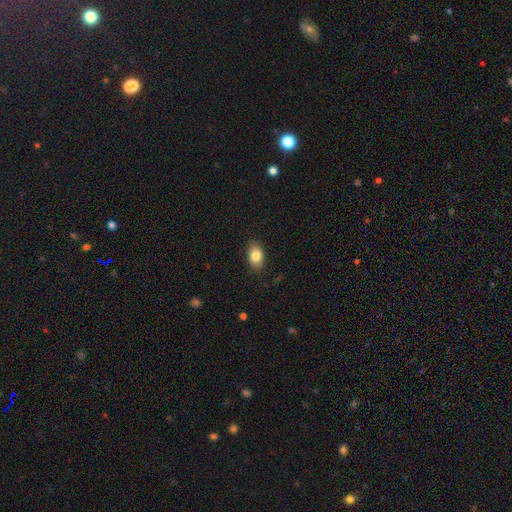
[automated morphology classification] smooth_or_featured: smooth (p=0.84) [alt: featured or disk p=0.09]
how_rounded: in between (p=0.88) [alt: round p=0.11]
merging: none (p=0.86) [alt: minor disturbance p=0.10]